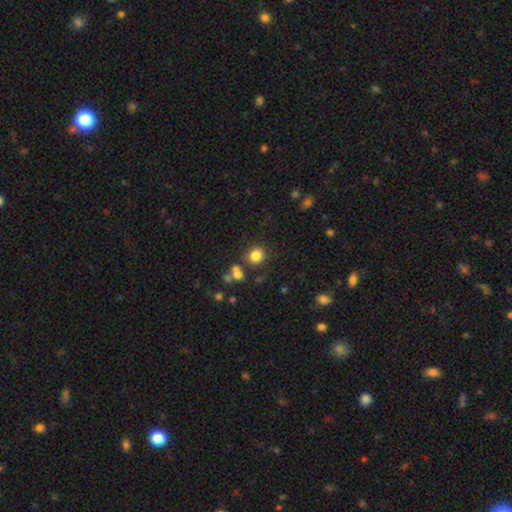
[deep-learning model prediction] smooth-or-featured: smooth: 81% | star or artifact: 13% | featured or disk: 6%
  how-rounded: round: 86% | in between: 13% | cigar-shaped: 1%
  merging: none: 78% | minor disturbance: 9% | merger: 9% | major disturbance: 4%